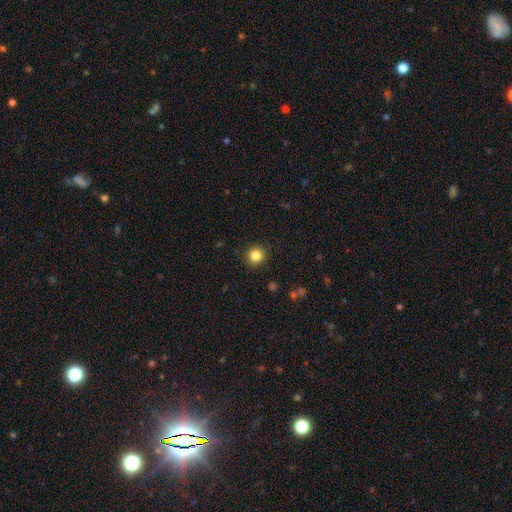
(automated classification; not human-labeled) smooth 84%, star or artifact 11%, featured or disk 5%. Down the decision tree: how rounded — round (92%); merging — none (91%).